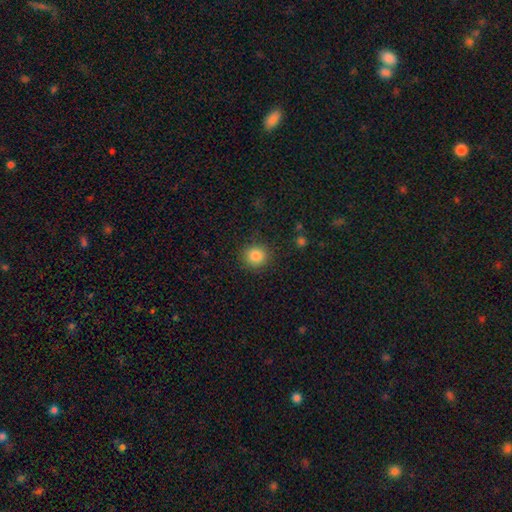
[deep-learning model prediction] Overall: smooth (85%). How rounded: round (92%). Merging: none (89%).